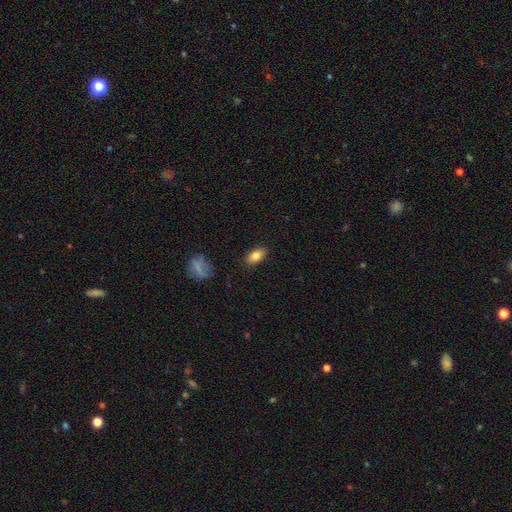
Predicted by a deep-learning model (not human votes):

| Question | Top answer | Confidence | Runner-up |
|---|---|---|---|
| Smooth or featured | smooth | 83% | featured or disk (9%) |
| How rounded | in between | 91% | round (5%) |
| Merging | none | 87% | minor disturbance (10%) |